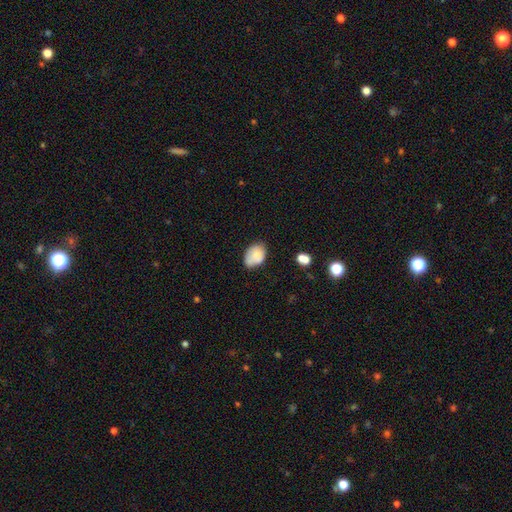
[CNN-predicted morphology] Smooth or featured? Predicted: smooth (p=0.77). How rounded? Predicted: in between (p=0.77). Merging? Predicted: none (p=0.57).